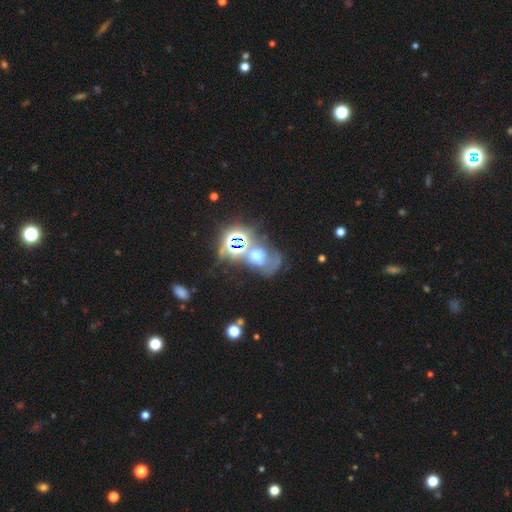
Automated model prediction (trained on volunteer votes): Smooth or featured? star or artifact (43%)